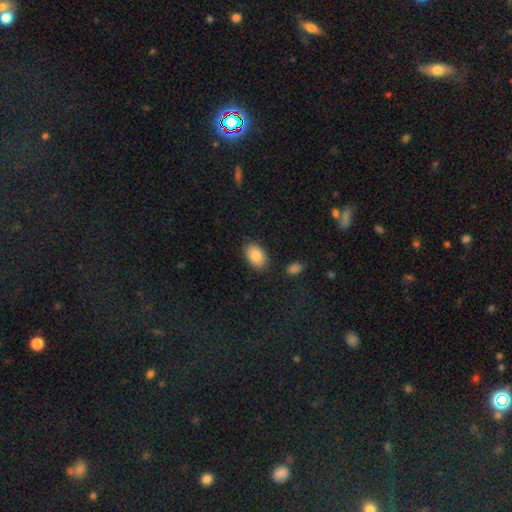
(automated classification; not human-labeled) Smooth or featured? smooth (86%)
How rounded? in between (90%)
Merging? none (84%)